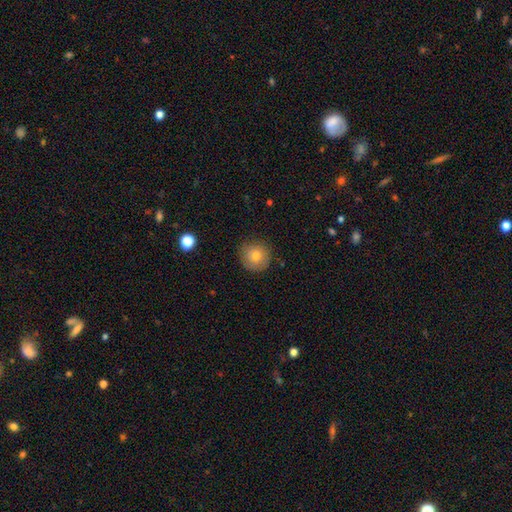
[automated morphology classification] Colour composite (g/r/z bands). It shows a smooth galaxy with no disk features (76%) that is round (94%). Merging: none (85%).